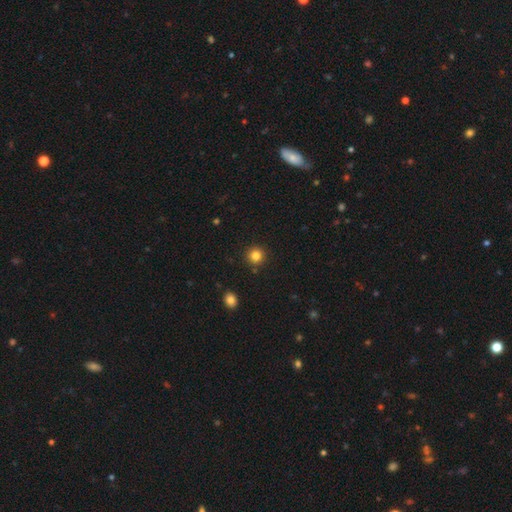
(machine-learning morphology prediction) A smooth galaxy with no disk features (83%) that is round (94%). Merging: none (90%).